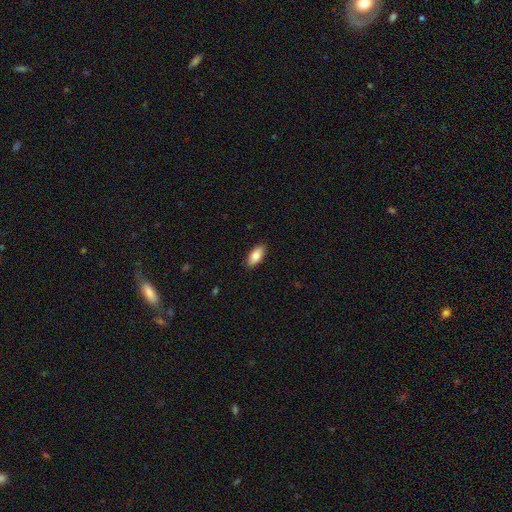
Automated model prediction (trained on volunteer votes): smooth 83%, featured or disk 11%, star or artifact 6%. Down the decision tree: how rounded — in between (90%); merging — none (88%).